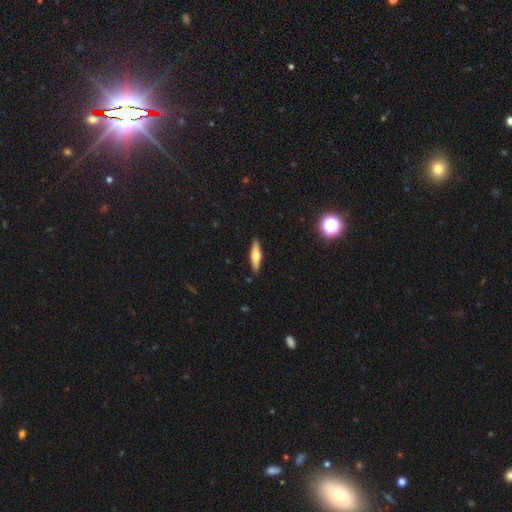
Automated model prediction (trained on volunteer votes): smooth_or_featured: smooth (p=0.53) [alt: featured or disk p=0.40]
how_rounded: cigar-shaped (p=0.69) [alt: in between p=0.29]
merging: none (p=0.90) [alt: minor disturbance p=0.08]